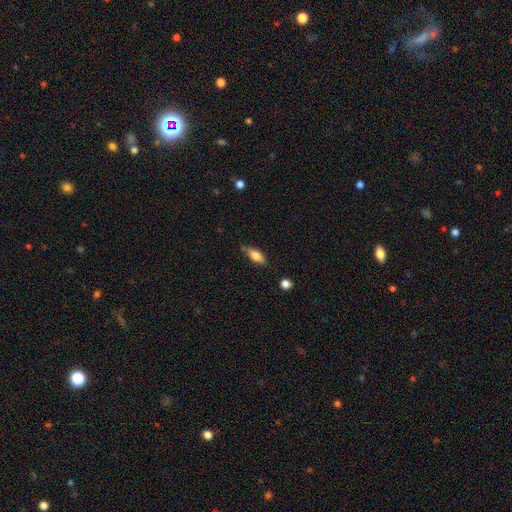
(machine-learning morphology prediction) Overall: smooth (81%). How rounded: in between (80%). Merging: none (74%).